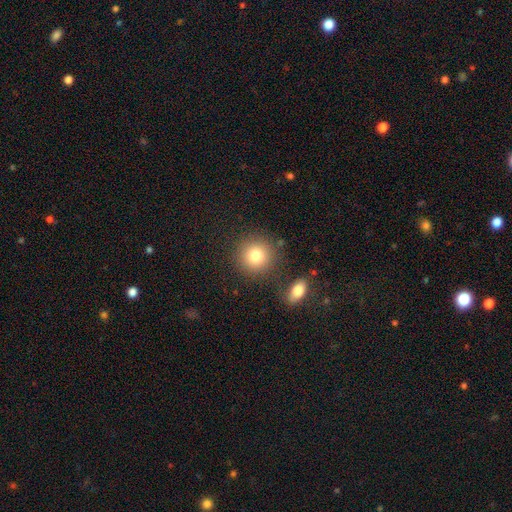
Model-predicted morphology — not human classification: smooth-or-featured: smooth: 80% | star or artifact: 10% | featured or disk: 9%
  how-rounded: round: 92% | in between: 7% | cigar-shaped: 1%
  merging: none: 82% | minor disturbance: 8% | merger: 7% | major disturbance: 3%